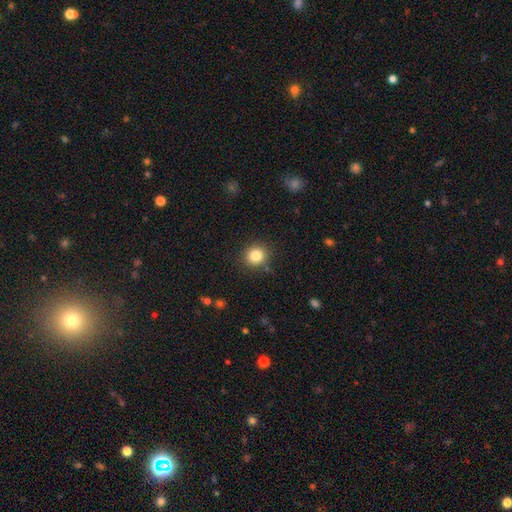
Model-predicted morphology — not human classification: Q: Smooth or featured?
A: smooth (83%); runner-up: star or artifact (11%)
Q: How rounded?
A: round (89%); runner-up: in between (10%)
Q: Merging?
A: none (88%); runner-up: minor disturbance (8%)